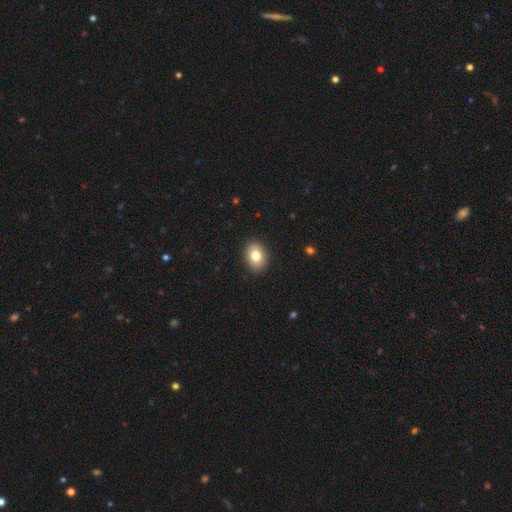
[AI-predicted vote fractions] This is clearly a smooth galaxy (81%). How rounded: likely in between (67%). Merging: clearly none (90%).